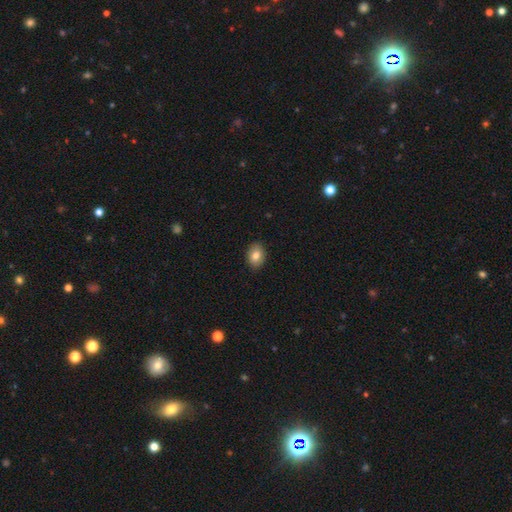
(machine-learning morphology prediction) type=smooth (82%); roundness=in between (68%); merging=none (89%).